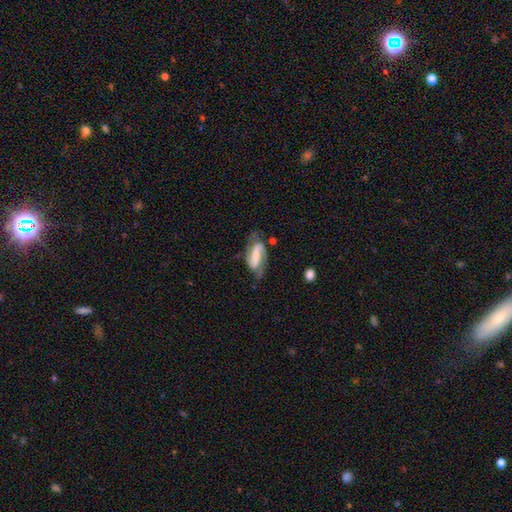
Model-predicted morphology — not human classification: This appears to be a featured or disk galaxy (77%) with a strong bar (49%), 2 (88%) medium (46%) spiral arms (94%) and a small central bulge (32%, tied with none). Merging: none (63%).